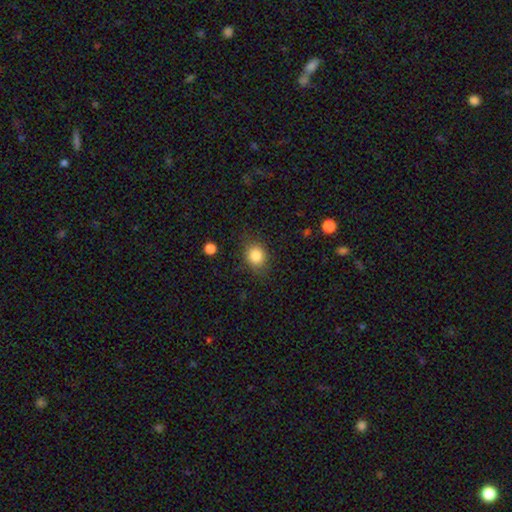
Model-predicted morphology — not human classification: This is clearly a smooth galaxy (83%). How rounded: likely round (64%). Merging: likely none (78%).